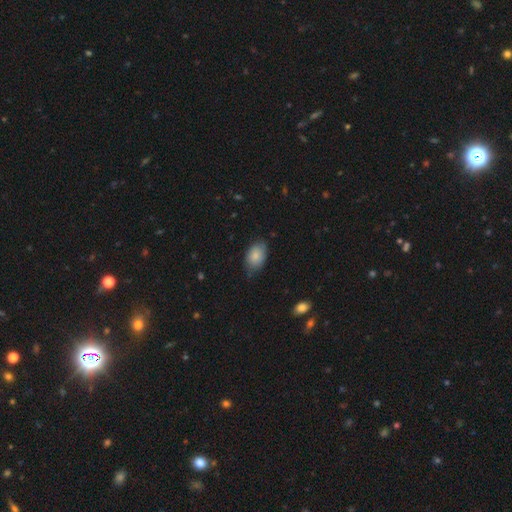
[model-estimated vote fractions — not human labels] A smooth galaxy with no disk features (85%) that is in between round and cigar-shaped (89%). Merging: none (69%).